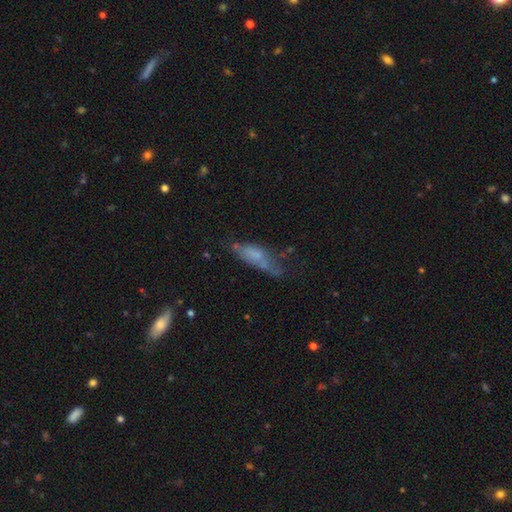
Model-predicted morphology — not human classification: Overall: smooth (55%; featured or disk 34%). How rounded: cigar-shaped (49%; in between 48%). Merging: none (37%; minor disturbance 30%).